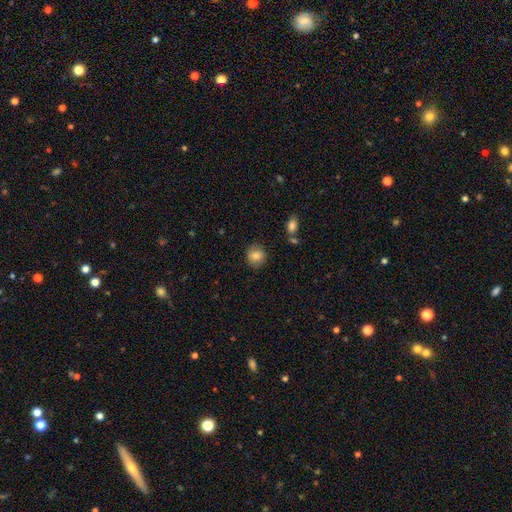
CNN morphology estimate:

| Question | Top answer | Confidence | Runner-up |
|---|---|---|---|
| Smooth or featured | smooth | 82% | featured or disk (9%) |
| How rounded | round | 83% | in between (16%) |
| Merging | none | 84% | minor disturbance (11%) |